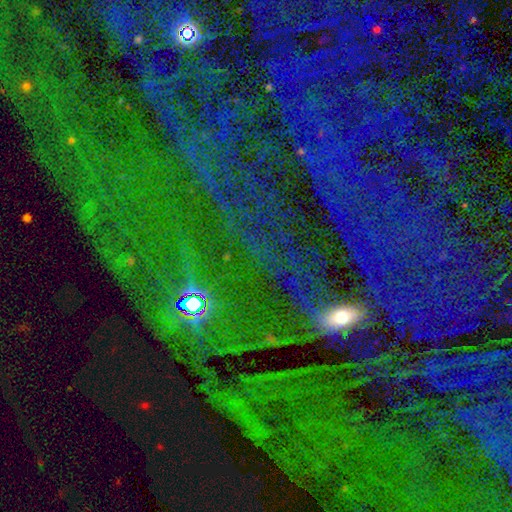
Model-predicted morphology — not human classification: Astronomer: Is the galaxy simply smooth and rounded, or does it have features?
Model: star or artifact — 79%.